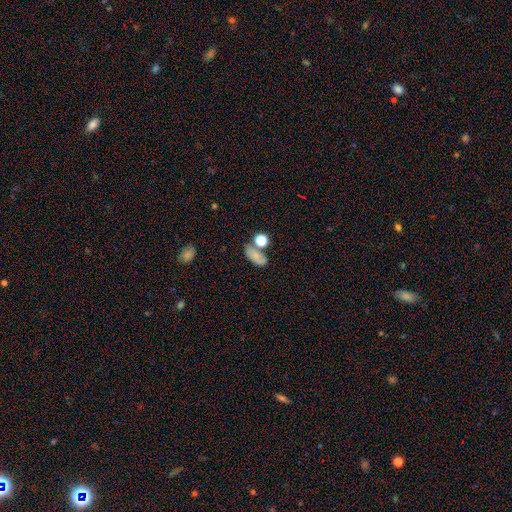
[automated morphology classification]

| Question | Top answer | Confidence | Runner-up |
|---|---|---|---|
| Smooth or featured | smooth | 73% | star or artifact (14%) |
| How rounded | in between | 82% | round (13%) |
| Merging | none | 49% | merger (24%) |